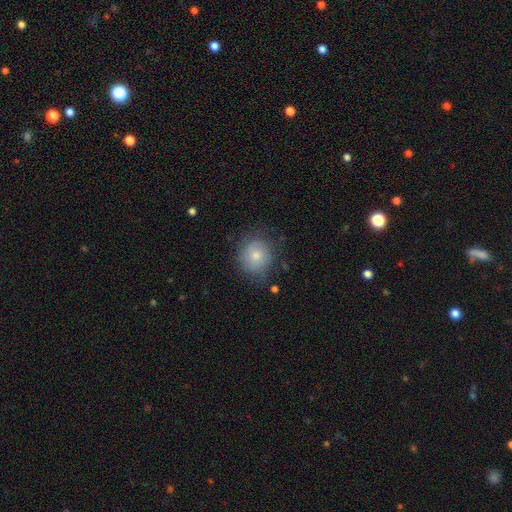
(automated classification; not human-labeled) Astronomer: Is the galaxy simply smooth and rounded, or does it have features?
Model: smooth — 76%.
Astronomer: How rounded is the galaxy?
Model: round — 85%.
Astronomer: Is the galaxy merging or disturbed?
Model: none — 73%.